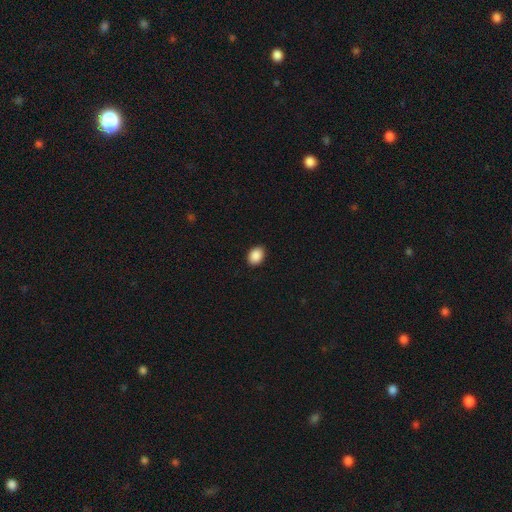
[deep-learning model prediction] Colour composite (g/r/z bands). It shows a smooth galaxy with no disk features (90%) that is in between round and cigar-shaped (73%). Merging: none (90%).